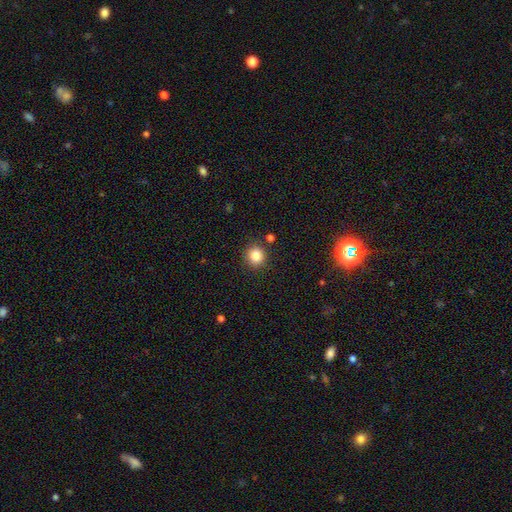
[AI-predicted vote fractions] A smooth galaxy with no disk features (85%) that is round (90%). Merging: none (87%).